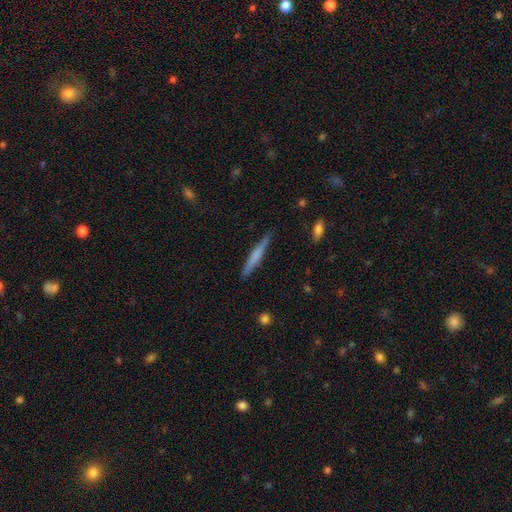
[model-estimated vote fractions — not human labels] smooth 58%, featured or disk 37%, star or artifact 6%. Down the decision tree: how rounded — cigar-shaped (96%); merging — none (87%).